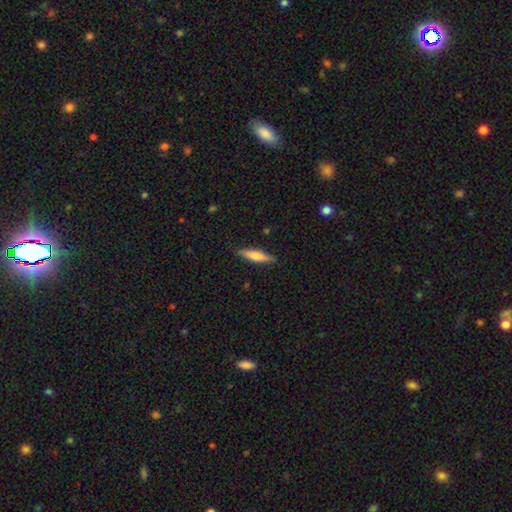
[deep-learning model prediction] Smooth or featured: smooth — 65% (featured or disk — 29%)
How rounded: cigar-shaped — 78% (in between — 21%)
Merging: none — 88% (minor disturbance — 9%)